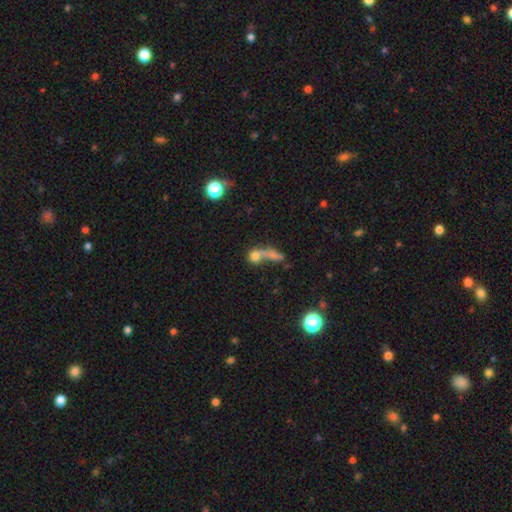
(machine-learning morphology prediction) This appears to be a smooth galaxy with no disk features (66%) that is round (55%). Merging: merger (47%).